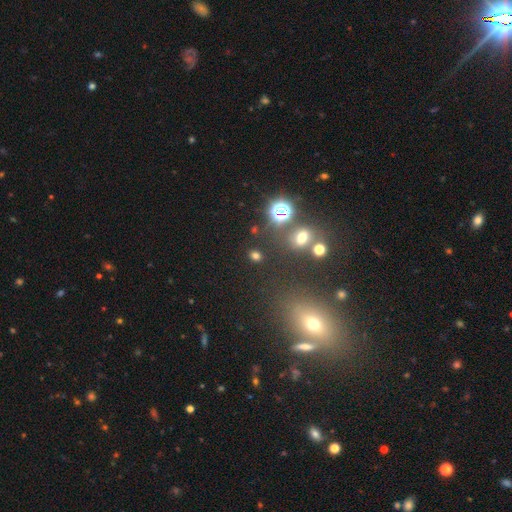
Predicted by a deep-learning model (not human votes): A smooth galaxy with no disk features (65%) that is round (56%).

Vote fractions:
- Smooth or featured? smooth: 65% / star or artifact: 27% / featured or disk: 7%
- How rounded? round: 56% / in between: 42% / cigar-shaped: 2%
- Merging? none: 80% / minor disturbance: 9% / merger: 7% / major disturbance: 4%